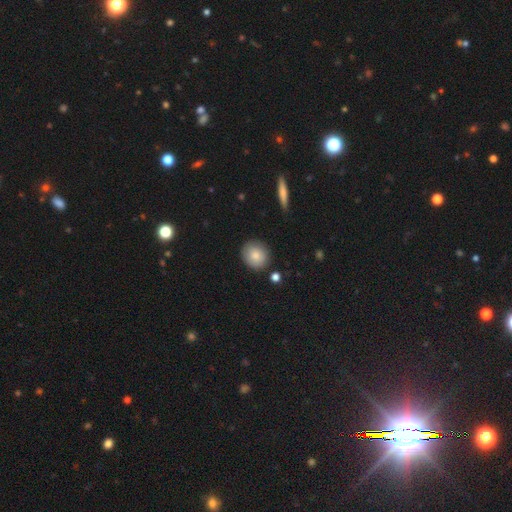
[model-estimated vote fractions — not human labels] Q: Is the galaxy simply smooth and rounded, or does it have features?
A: smooth — 84%.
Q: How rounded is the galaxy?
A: round — 83%.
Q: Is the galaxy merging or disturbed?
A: none — 86%.